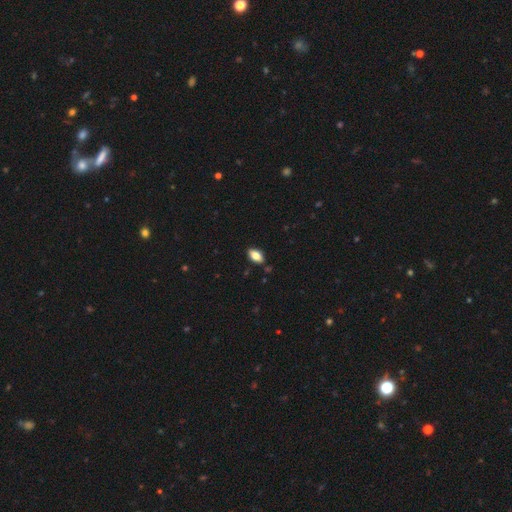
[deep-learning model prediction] This appears to be a smooth galaxy with no disk features (82%) that is in between round and cigar-shaped (92%). Merging: none (86%).